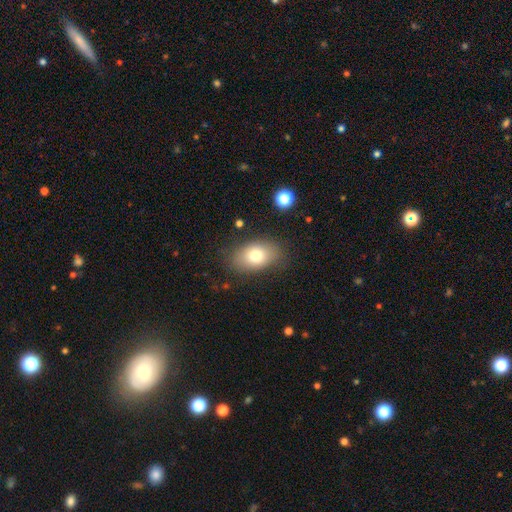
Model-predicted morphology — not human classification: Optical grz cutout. It shows a smooth galaxy with no disk features (77%) that is in between round and cigar-shaped (86%). Merging: none (79%).